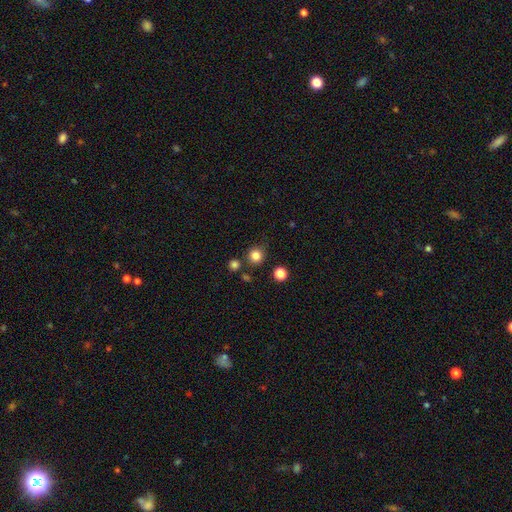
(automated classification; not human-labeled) The model was most divided on "smooth or featured": smooth: 82%, star or artifact: 13%, featured or disk: 4%. More confident: how rounded — round (92%); merging — none (82%).